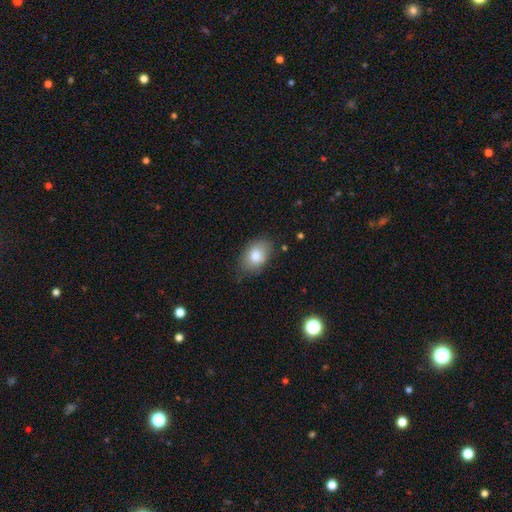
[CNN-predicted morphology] Smooth or featured: smooth — 81% (featured or disk — 11%)
How rounded: in between — 84% (round — 15%)
Merging: none — 77% (minor disturbance — 17%)